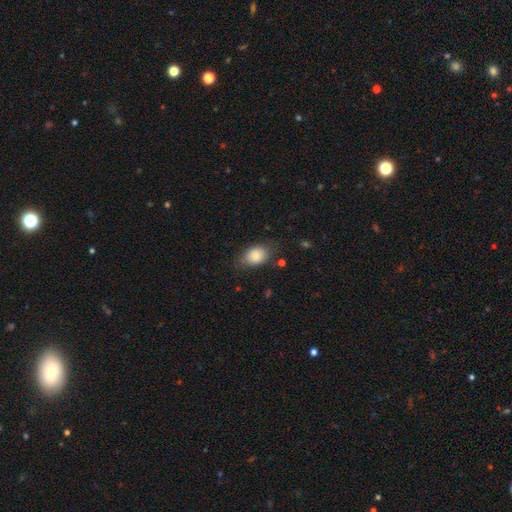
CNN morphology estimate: A smooth galaxy with no disk features (83%) that is in between round and cigar-shaped (70%). Merging: none (71%).